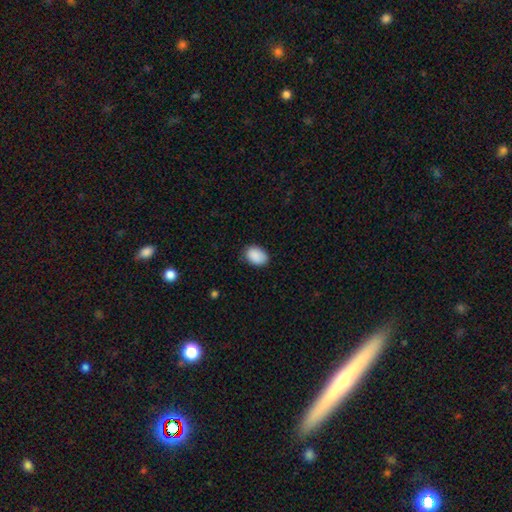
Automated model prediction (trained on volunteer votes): smooth_or_featured: smooth (p=0.90) [alt: star or artifact p=0.07]
how_rounded: in between (p=0.84) [alt: round p=0.15]
merging: none (p=0.78) [alt: minor disturbance p=0.18]